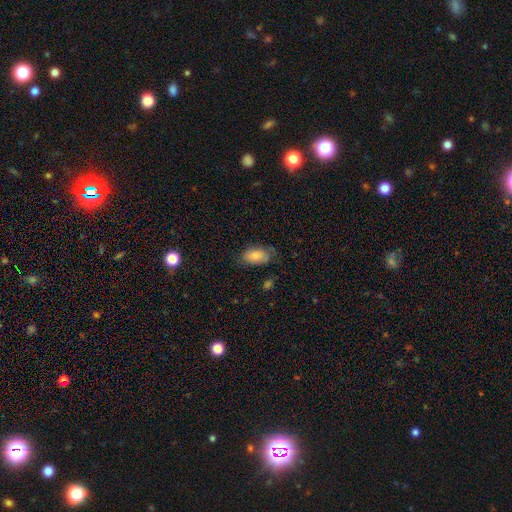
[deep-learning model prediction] smooth_or_featured: smooth (p=0.80) [alt: featured or disk p=0.13]
how_rounded: in between (p=0.93) [alt: round p=0.04]
merging: none (p=0.61) [alt: minor disturbance p=0.28]